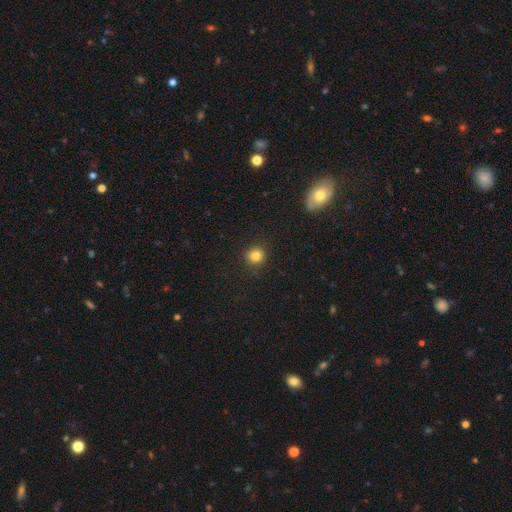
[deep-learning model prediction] A smooth galaxy with no disk features (83%) that is round (92%). Merging: none (90%).